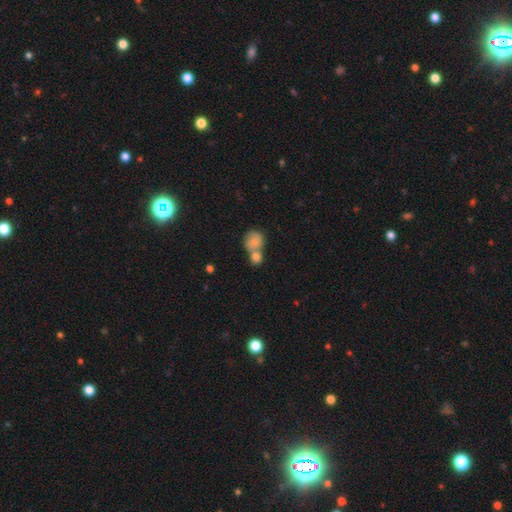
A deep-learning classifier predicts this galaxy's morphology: Overall: smooth (79%). How rounded: round (77%). Merging: merger (59%; none 31%).